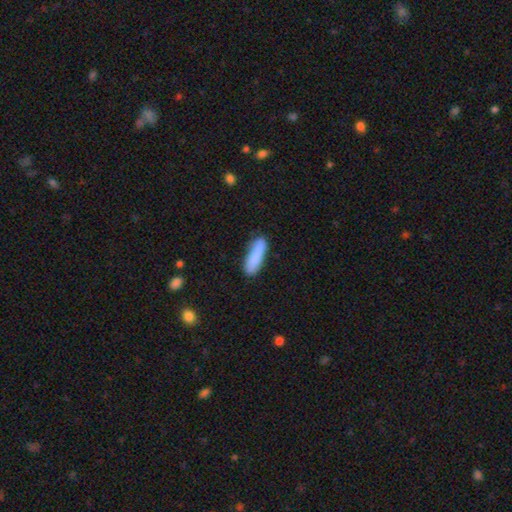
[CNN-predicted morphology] A smooth galaxy with no disk features (86%) that is cigar-shaped (68%). Merging: none (79%).